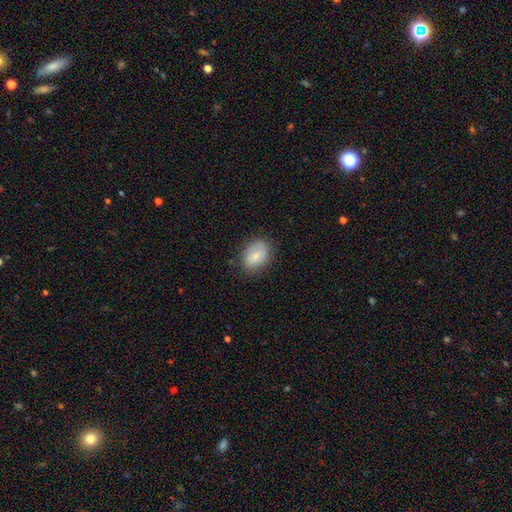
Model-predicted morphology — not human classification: This appears to be a smooth galaxy with no disk features (74%) that is in between round and cigar-shaped (74%). Merging: none (72%).